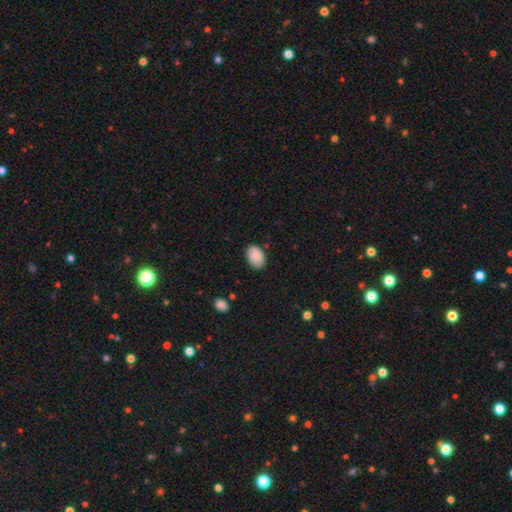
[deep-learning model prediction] Smooth or featured?
  - smooth: 88% *
  - star or artifact: 7%
  - featured or disk: 5%
How rounded?
  - in between: 87% *
  - round: 12%
  - cigar-shaped: 1%
Merging?
  - none: 85% *
  - minor disturbance: 12%
  - major disturbance: 2%
  - merger: 1%